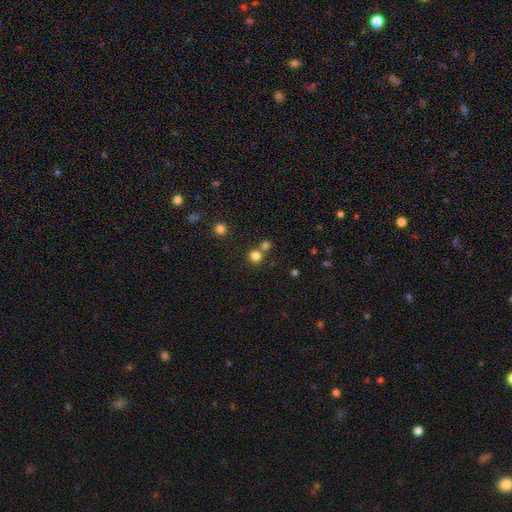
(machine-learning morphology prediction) Smooth or featured: smooth — 80% (star or artifact — 15%)
How rounded: round — 91% (in between — 8%)
Merging: none — 67% (merger — 25%)